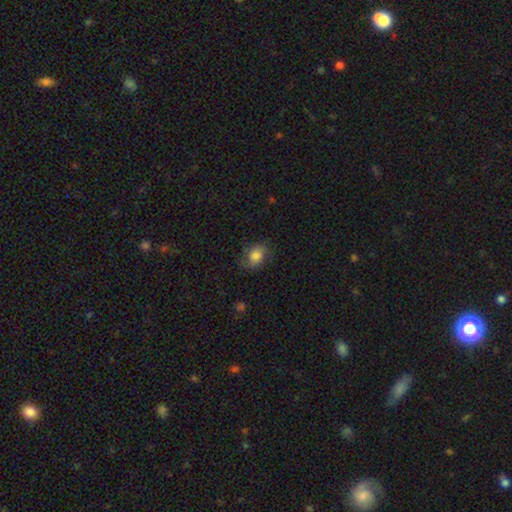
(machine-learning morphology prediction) type=smooth (72%); roundness=in between (56%); merging=none (68%).